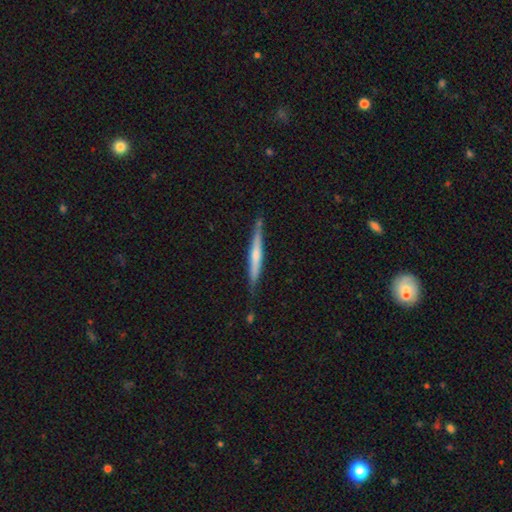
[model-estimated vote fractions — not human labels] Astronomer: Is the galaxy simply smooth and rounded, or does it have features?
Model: featured or disk — 50% (runner-up: smooth, 45%).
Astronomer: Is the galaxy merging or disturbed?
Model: none — 80%.